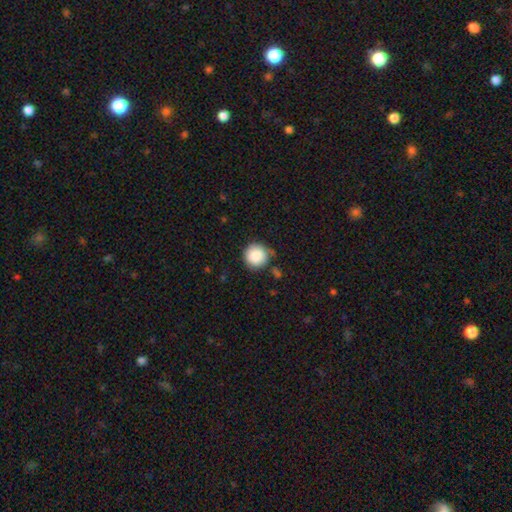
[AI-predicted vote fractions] Q: Smooth or featured?
A: smooth (88%); runner-up: star or artifact (8%)
Q: How rounded?
A: round (95%); runner-up: in between (4%)
Q: Merging?
A: none (78%); runner-up: minor disturbance (15%)